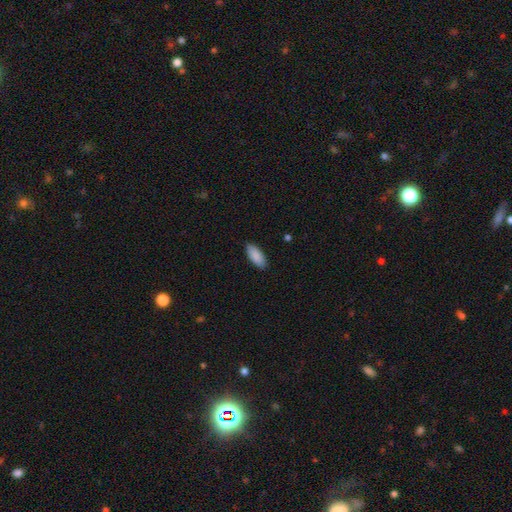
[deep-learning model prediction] This appears to be a smooth galaxy with no disk features (90%) that is in between round and cigar-shaped (85%). Merging: none (89%).